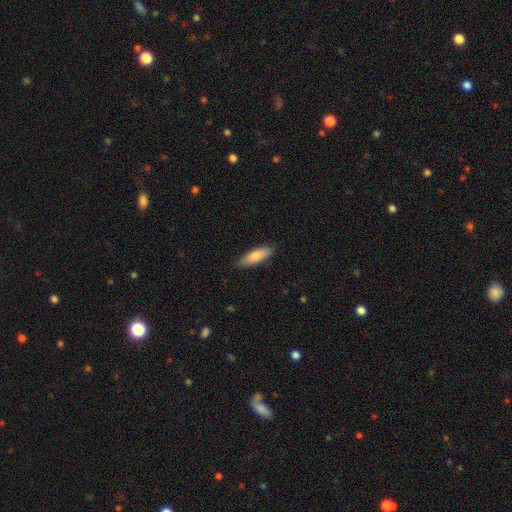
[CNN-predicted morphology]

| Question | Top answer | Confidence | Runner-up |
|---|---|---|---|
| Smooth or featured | smooth | 75% | featured or disk (19%) |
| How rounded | cigar-shaped | 52% | in between (46%) |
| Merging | none | 87% | minor disturbance (10%) |